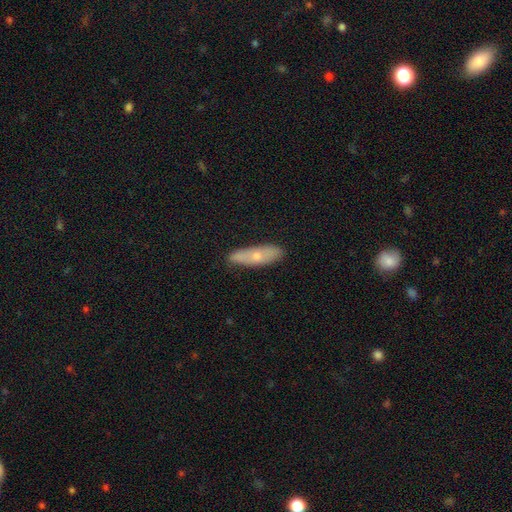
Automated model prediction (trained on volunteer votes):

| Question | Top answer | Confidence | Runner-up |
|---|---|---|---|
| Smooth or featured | smooth | 58% | featured or disk (36%) |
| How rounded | cigar-shaped | 57% | in between (40%) |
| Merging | none | 82% | minor disturbance (14%) |